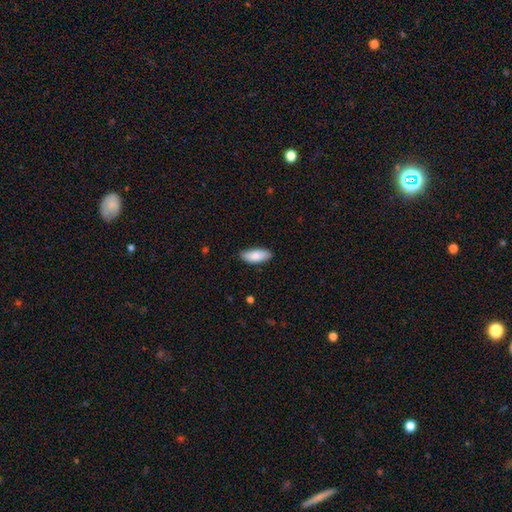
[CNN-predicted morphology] Smooth or featured: smooth — 86% (featured or disk — 8%)
How rounded: in between — 82% (cigar-shaped — 16%)
Merging: none — 86% (minor disturbance — 11%)